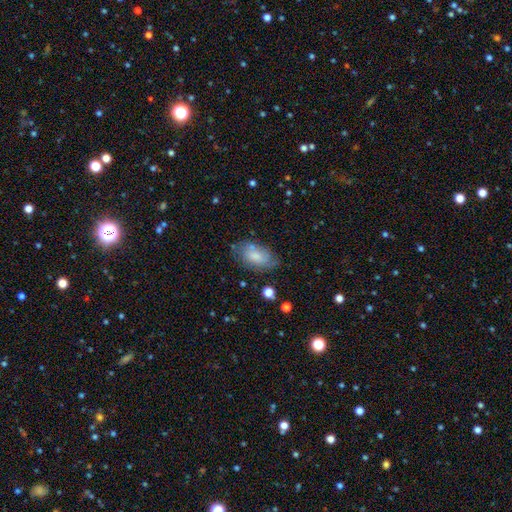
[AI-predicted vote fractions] Smooth or featured? Predicted: smooth (p=0.63). How rounded? Predicted: in between (p=0.92). Merging? Predicted: none (p=0.65).